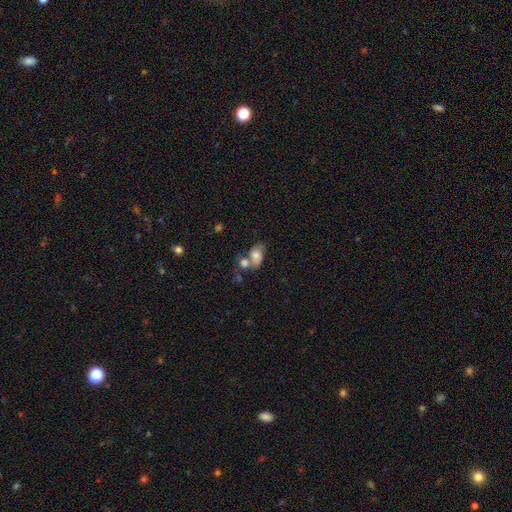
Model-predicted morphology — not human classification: A smooth galaxy with no disk features (67%) that is in between round and cigar-shaped (82%). Merging: merger (45%).